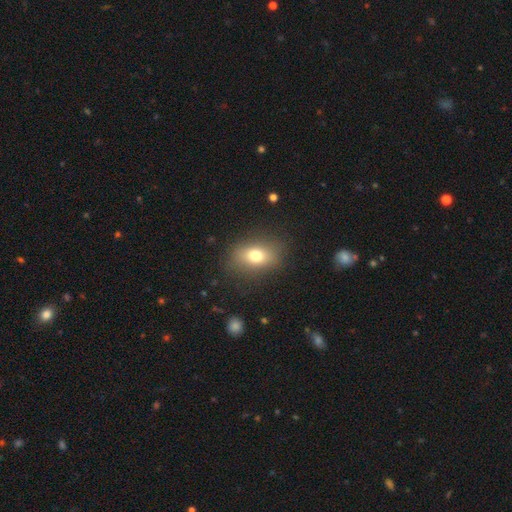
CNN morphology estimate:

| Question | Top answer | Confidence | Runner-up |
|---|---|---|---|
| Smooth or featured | smooth | 74% | featured or disk (15%) |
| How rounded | in between | 75% | round (23%) |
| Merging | none | 81% | minor disturbance (13%) |